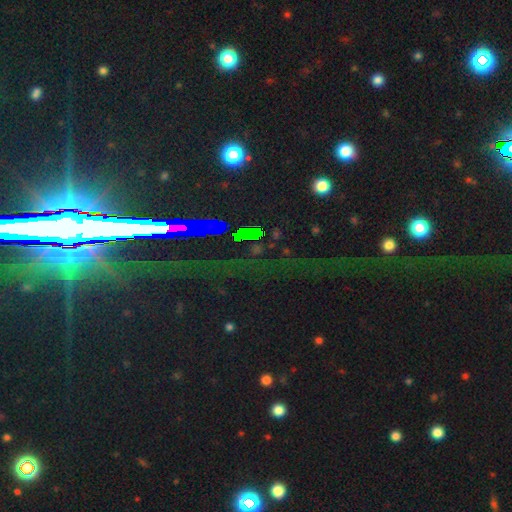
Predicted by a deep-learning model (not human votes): Smooth or featured? Predicted: star or artifact (p=0.78).